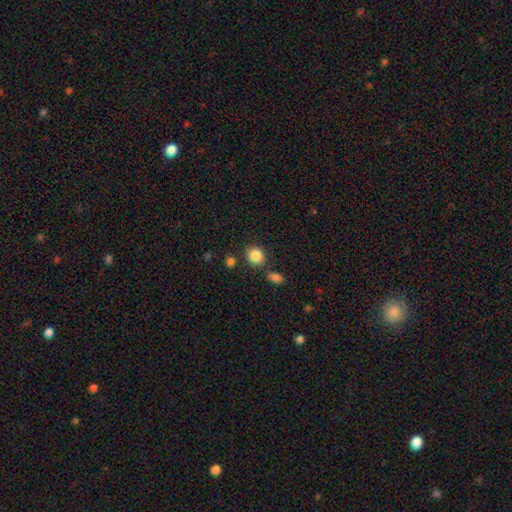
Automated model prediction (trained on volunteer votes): smooth-or-featured: smooth: 86% | star or artifact: 10% | featured or disk: 5%
  how-rounded: round: 77% | in between: 22% | cigar-shaped: 1%
  merging: none: 79% | minor disturbance: 10% | merger: 8% | major disturbance: 3%